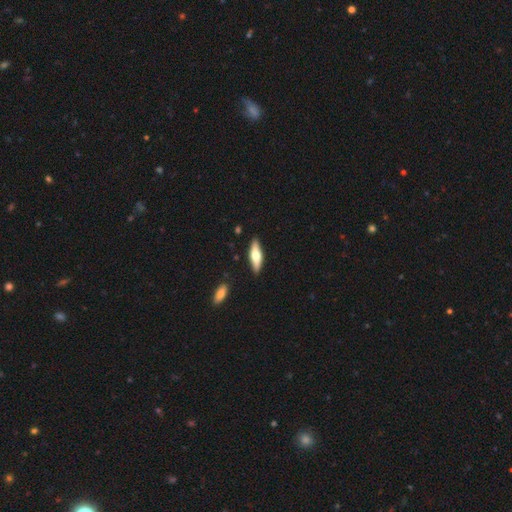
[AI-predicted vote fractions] Smooth or featured?
  - smooth: 51% *
  - featured or disk: 44%
  - star or artifact: 5%
How rounded?
  - cigar-shaped: 54% *
  - in between: 44%
  - round: 2%
Merging?
  - none: 88% *
  - minor disturbance: 9%
  - merger: 2%
  - major disturbance: 2%